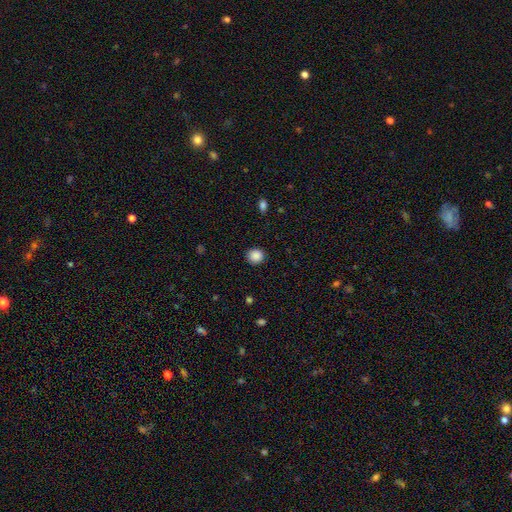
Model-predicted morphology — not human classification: Smooth or featured? smooth (88%)
How rounded? round (85%)
Merging? none (89%)